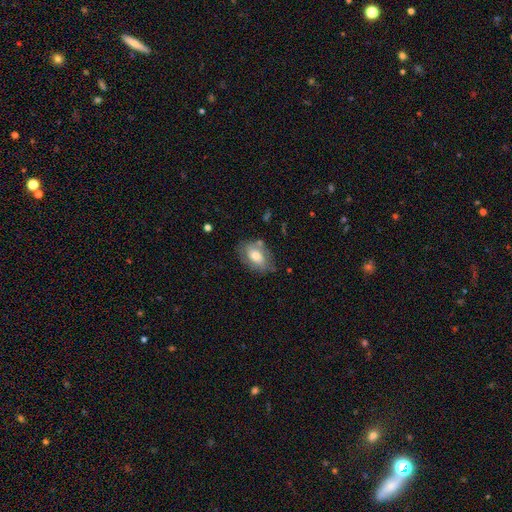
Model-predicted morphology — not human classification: smooth-or-featured: smooth: 63% | featured or disk: 30% | star or artifact: 7%
  how-rounded: in between: 87% | round: 12% | cigar-shaped: 2%
  merging: none: 66% | minor disturbance: 21% | major disturbance: 7% | merger: 5%